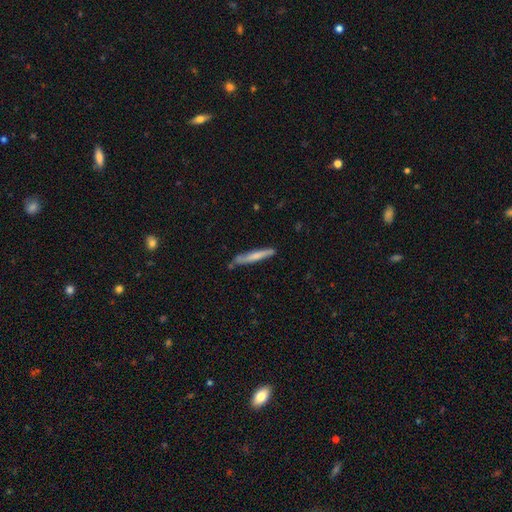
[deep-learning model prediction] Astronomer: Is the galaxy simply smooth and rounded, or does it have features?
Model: smooth — 62%.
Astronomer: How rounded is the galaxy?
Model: cigar-shaped — 95%.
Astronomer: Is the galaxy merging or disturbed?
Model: none — 76%.